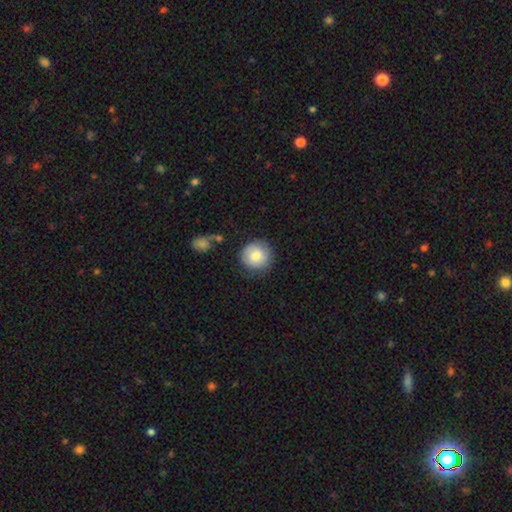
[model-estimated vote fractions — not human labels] smooth_or_featured: smooth (p=0.79) [alt: featured or disk p=0.14]
how_rounded: round (p=0.92) [alt: in between p=0.07]
merging: none (p=0.78) [alt: minor disturbance p=0.15]